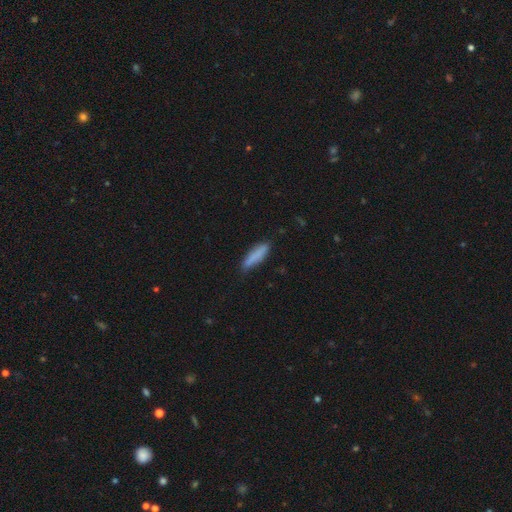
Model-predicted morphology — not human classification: Q: Smooth or featured?
A: smooth (83%); runner-up: featured or disk (10%)
Q: How rounded?
A: cigar-shaped (76%); runner-up: in between (23%)
Q: Merging?
A: none (78%); runner-up: minor disturbance (18%)